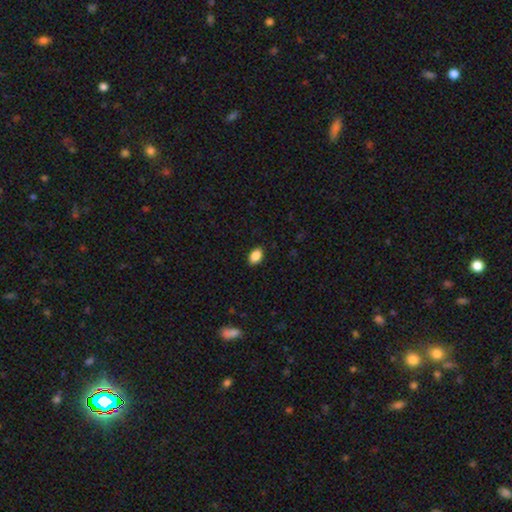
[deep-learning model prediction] smooth-or-featured: smooth: 88% | star or artifact: 8% | featured or disk: 4%
  how-rounded: in between: 88% | round: 10% | cigar-shaped: 2%
  merging: none: 88% | minor disturbance: 9% | major disturbance: 2% | merger: 1%